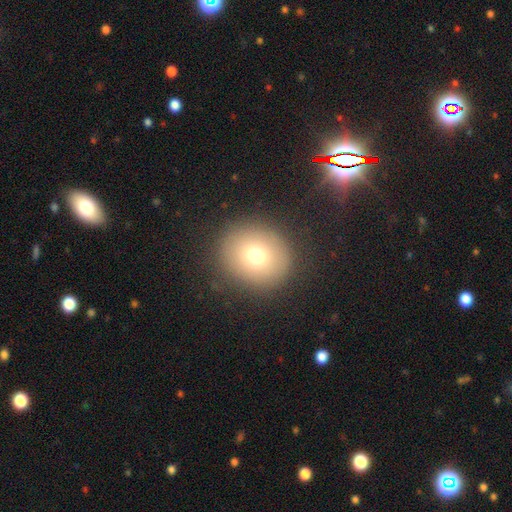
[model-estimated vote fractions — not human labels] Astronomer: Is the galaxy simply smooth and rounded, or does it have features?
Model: smooth — 73%.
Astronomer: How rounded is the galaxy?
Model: round — 81%.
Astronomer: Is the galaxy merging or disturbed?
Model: none — 87%.